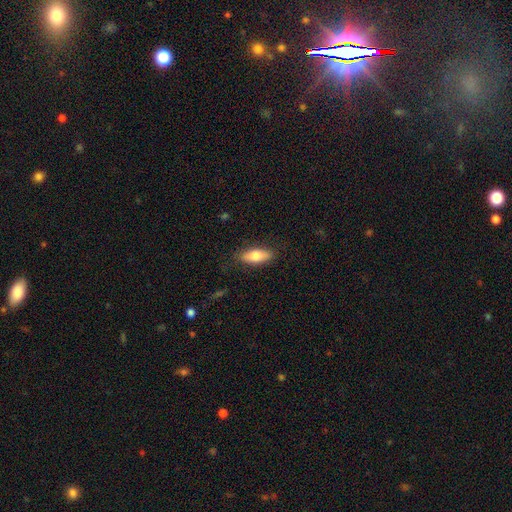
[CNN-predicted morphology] A smooth galaxy with no disk features (73%) that is in between round and cigar-shaped (71%).

Vote fractions:
- Smooth or featured? smooth: 73% / featured or disk: 21% / star or artifact: 6%
- How rounded? in between: 71% / cigar-shaped: 27% / round: 3%
- Merging? none: 83% / minor disturbance: 13% / major disturbance: 3% / merger: 1%